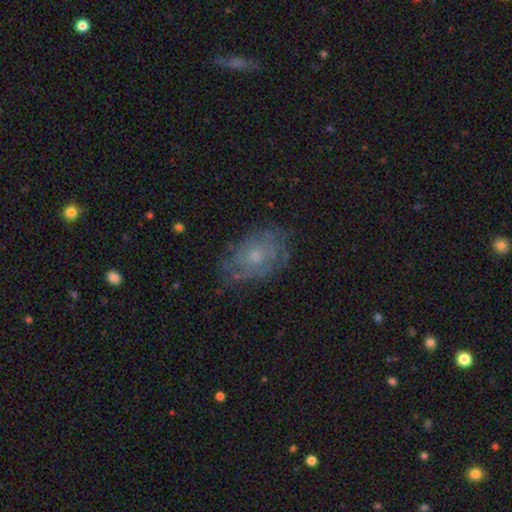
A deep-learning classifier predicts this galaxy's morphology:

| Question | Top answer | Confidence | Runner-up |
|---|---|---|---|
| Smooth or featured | featured or disk | 53% | smooth (36%) |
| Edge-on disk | no | 95% | yes (5%) |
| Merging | none | 70% | minor disturbance (21%) |